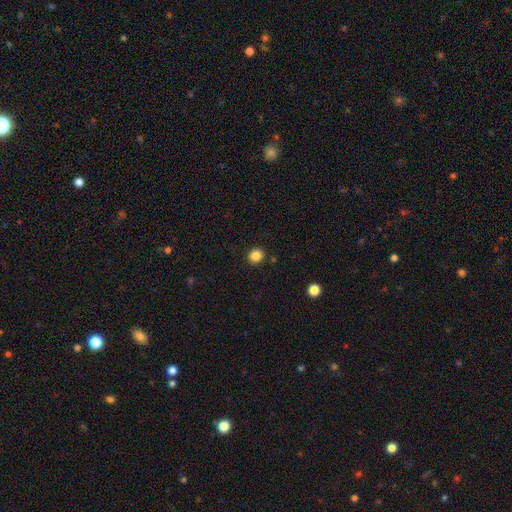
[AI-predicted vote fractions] A smooth galaxy with no disk features (85%) that is round (81%). Merging: none (90%).